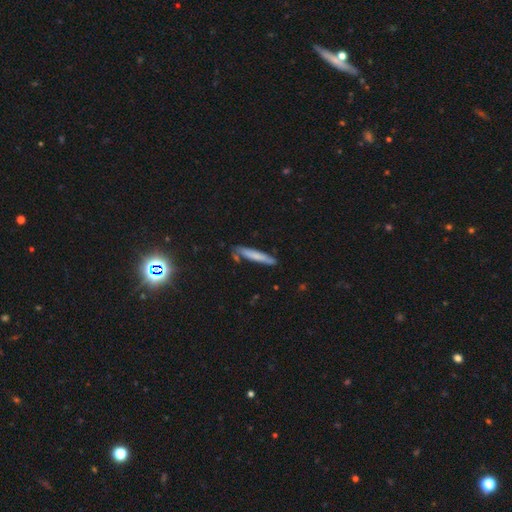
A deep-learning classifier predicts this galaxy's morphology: Overall: smooth (69%). How rounded: cigar-shaped (92%). Merging: none (78%).